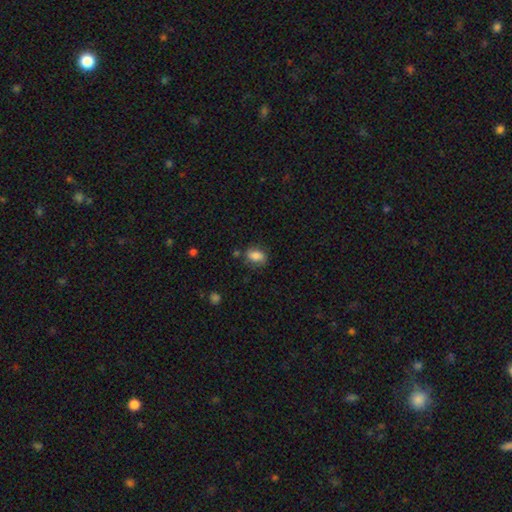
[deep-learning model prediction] Q: Smooth or featured?
A: smooth (82%); runner-up: featured or disk (10%)
Q: How rounded?
A: in between (82%); runner-up: round (16%)
Q: Merging?
A: none (71%); runner-up: minor disturbance (19%)